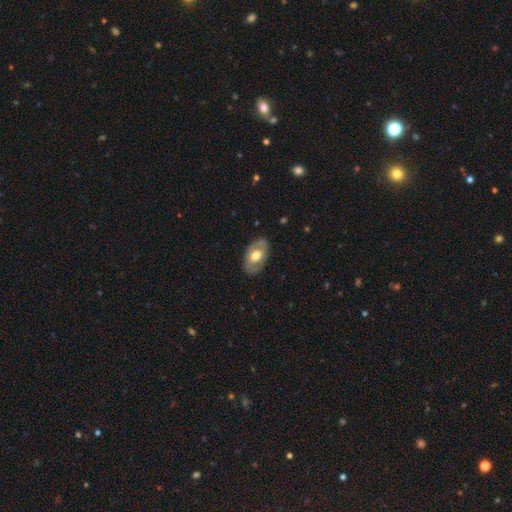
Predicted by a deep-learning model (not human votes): The model was most divided on "smooth or featured": smooth: 51%, featured or disk: 43%, star or artifact: 6%. More confident: how rounded — in between (90%); merging — none (82%).